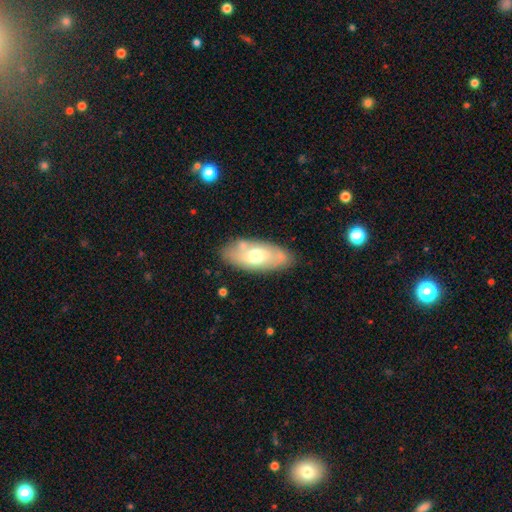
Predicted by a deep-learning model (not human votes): smooth-or-featured: featured or disk: 50% | smooth: 42% | star or artifact: 7%
  disk-edge-on: no: 80% | yes: 20%
  merging: none: 79% | minor disturbance: 14% | merger: 4% | major disturbance: 3%